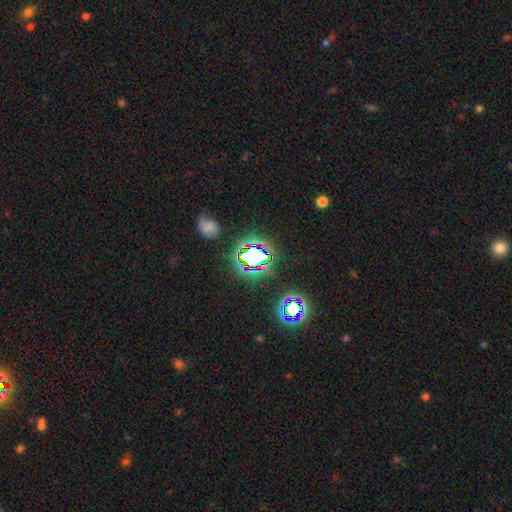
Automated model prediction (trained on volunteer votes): star or artifact 65%, smooth 24%, featured or disk 12%.